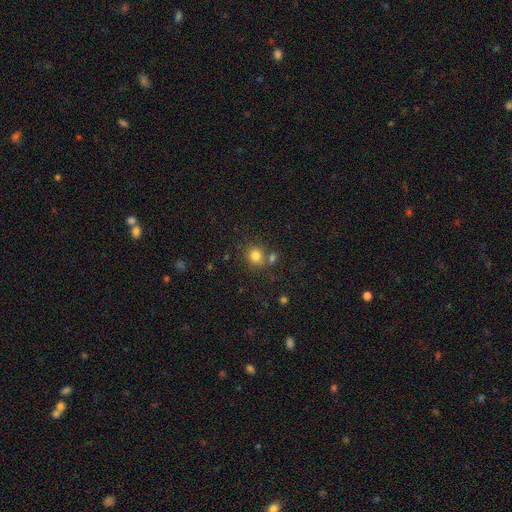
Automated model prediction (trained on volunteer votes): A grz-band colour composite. It shows a smooth galaxy with no disk features (80%) that is round (85%). Merging: none (64%).